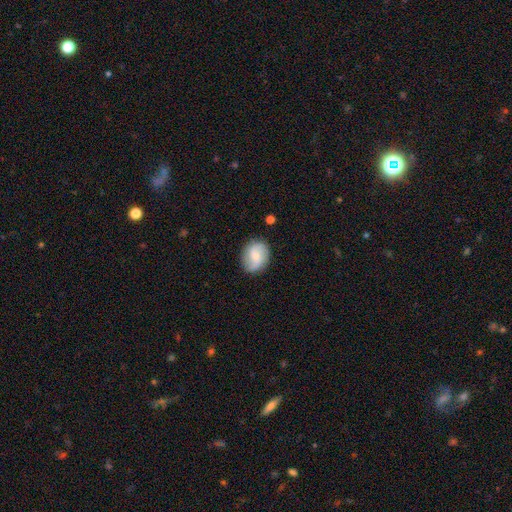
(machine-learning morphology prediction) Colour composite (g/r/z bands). It shows a smooth galaxy with no disk features (47%). Merging: none (80%).